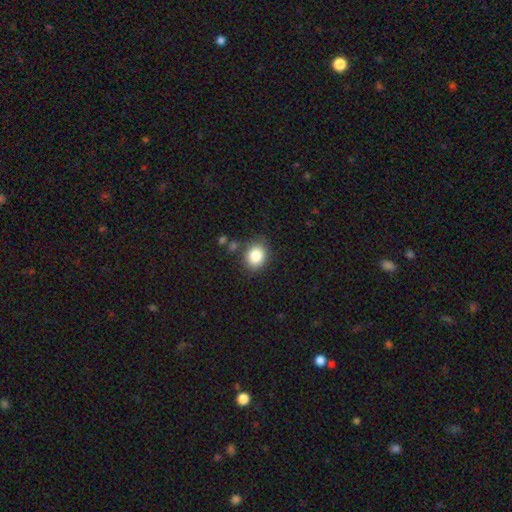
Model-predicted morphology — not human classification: Q: Smooth or featured?
A: smooth (84%); runner-up: star or artifact (10%)
Q: How rounded?
A: round (57%); runner-up: in between (42%)
Q: Merging?
A: none (79%); runner-up: minor disturbance (13%)